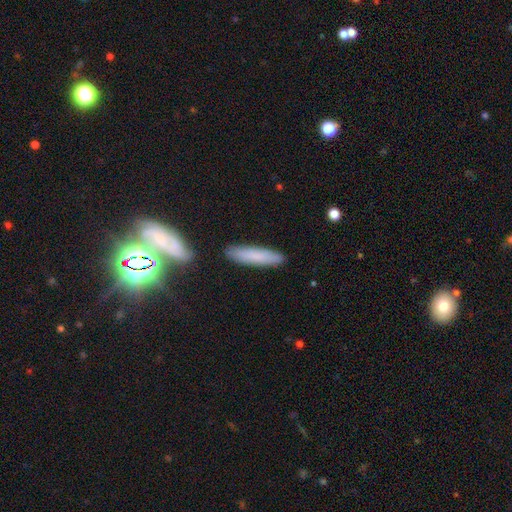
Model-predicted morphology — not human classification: smooth_or_featured: smooth (p=0.73) [alt: featured or disk p=0.19]
how_rounded: cigar-shaped (p=0.81) [alt: in between p=0.18]
merging: none (p=0.83) [alt: minor disturbance p=0.10]